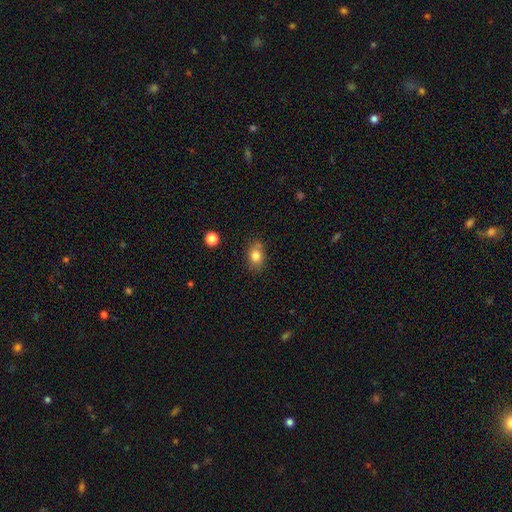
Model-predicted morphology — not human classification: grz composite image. It shows a smooth galaxy with no disk features (81%) that is in between round and cigar-shaped (64%). Merging: none (71%).